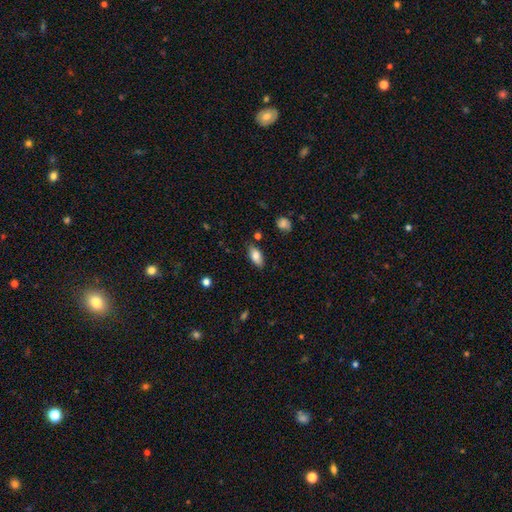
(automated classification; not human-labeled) smooth_or_featured: smooth (p=0.79) [alt: featured or disk p=0.14]
how_rounded: in between (p=0.87) [alt: cigar-shaped p=0.10]
merging: none (p=0.83) [alt: minor disturbance p=0.13]